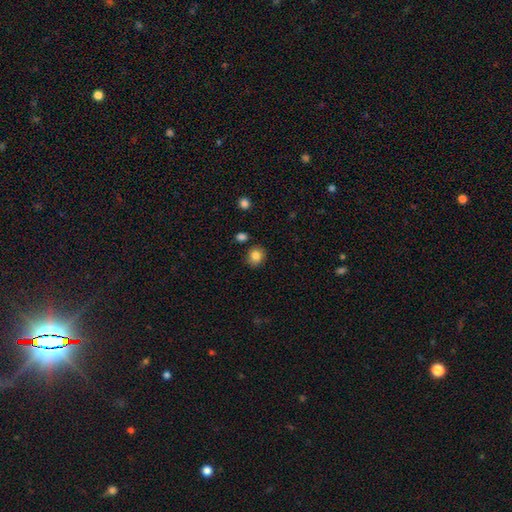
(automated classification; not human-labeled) Smooth or featured: smooth — 84% (star or artifact — 10%)
How rounded: round — 77% (in between — 22%)
Merging: none — 83% (minor disturbance — 11%)